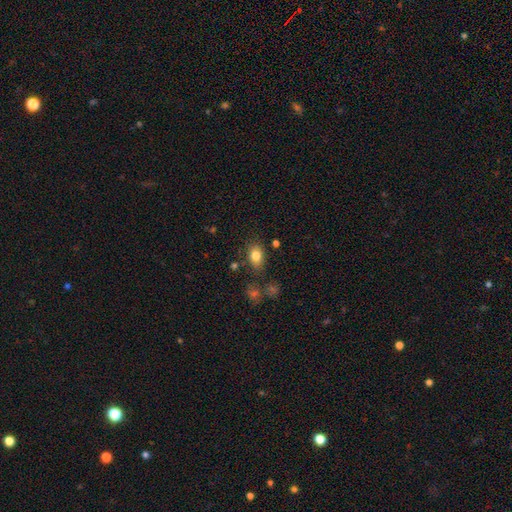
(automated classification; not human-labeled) This appears to be a smooth galaxy with no disk features (81%) that is in between round and cigar-shaped (77%). Merging: none (76%).